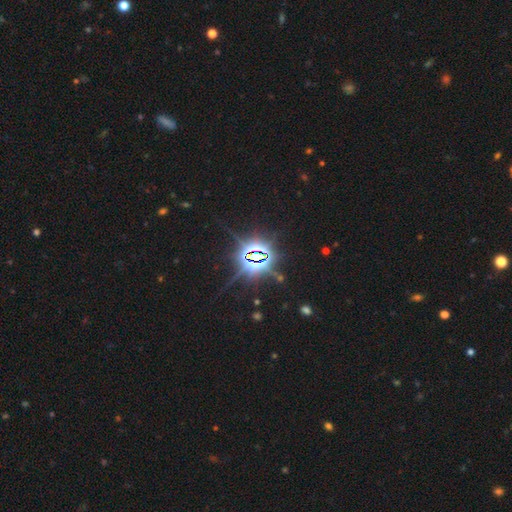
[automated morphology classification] This is clearly a star or artifact rather than a galaxy (85%).